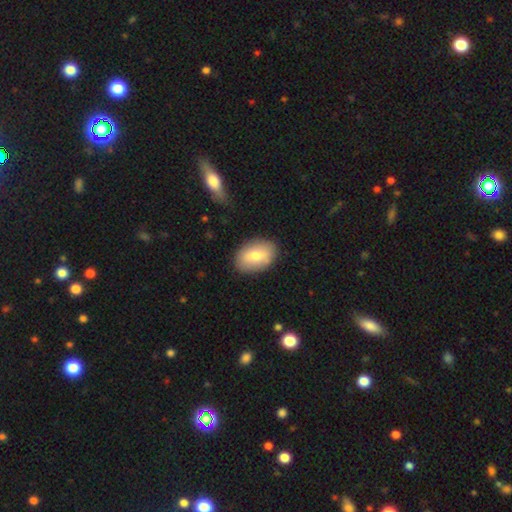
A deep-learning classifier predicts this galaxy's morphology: Smooth or featured? Predicted: smooth (p=0.71). How rounded? Predicted: in between (p=0.88). Merging? Predicted: none (p=0.86).